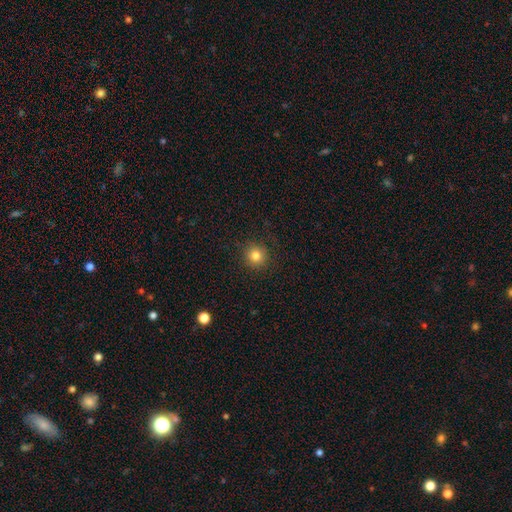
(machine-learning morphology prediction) This appears to be a smooth galaxy with no disk features (82%) that is round (94%). Merging: none (91%).